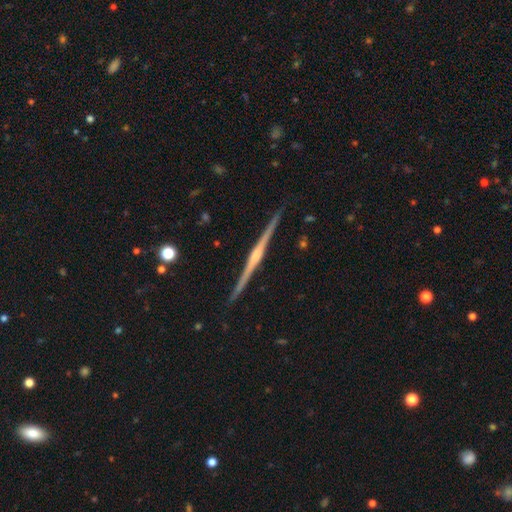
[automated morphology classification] Overall: featured or disk (86%). Edge-on disk: yes (99%). Edge-on bulge: rounded (71%). Merging: none (92%).